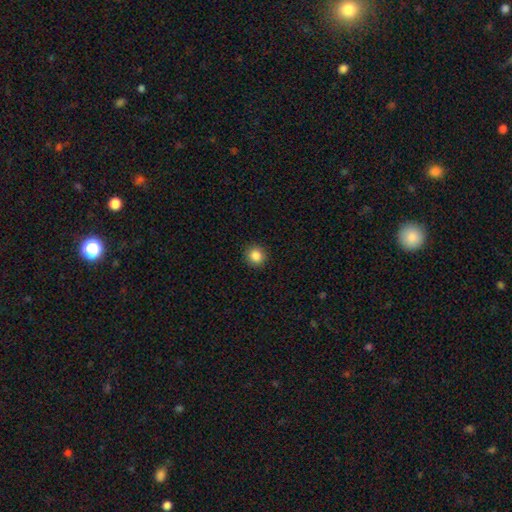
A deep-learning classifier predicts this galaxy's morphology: smooth 87%, star or artifact 10%, featured or disk 3%. Down the decision tree: how rounded — round (91%); merging — none (91%).